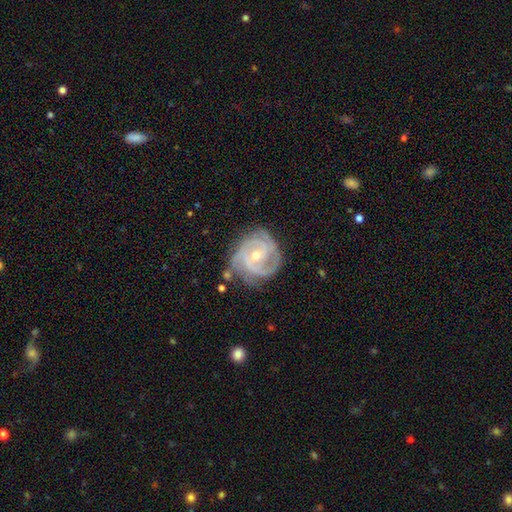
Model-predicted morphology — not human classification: smooth_or_featured: featured or disk (p=0.90) [alt: smooth p=0.05]
disk_edge_on: no (p=0.98) [alt: yes p=0.02]
bar: no (p=0.58) [alt: weak p=0.32]
has_spiral_arms: yes (p=0.98) [alt: no p=0.02]
spiral_winding: tight (p=0.67) [alt: medium p=0.29]
spiral_arm_count: 3 (p=0.49) [alt: 2 p=0.20]
bulge_size: small (p=0.54) [alt: moderate p=0.44]
merging: none (p=0.69) [alt: minor disturbance p=0.21]